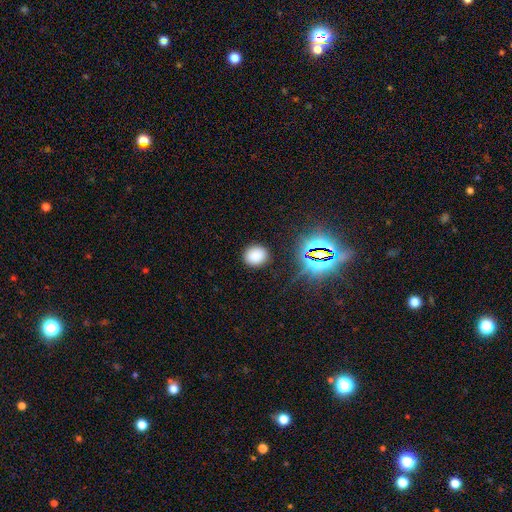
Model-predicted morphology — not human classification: smooth 79%, star or artifact 16%, featured or disk 5%. Down the decision tree: how rounded — round (73%); merging — none (88%).